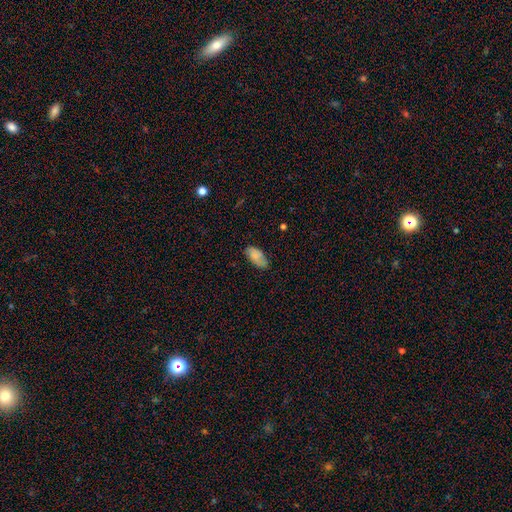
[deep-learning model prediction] Q: Smooth or featured?
A: smooth (79%); runner-up: featured or disk (13%)
Q: How rounded?
A: in between (93%); runner-up: cigar-shaped (4%)
Q: Merging?
A: none (68%); runner-up: minor disturbance (25%)